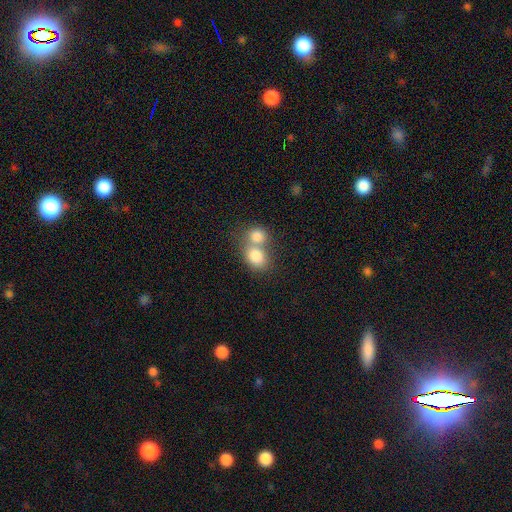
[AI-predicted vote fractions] Q: Smooth or featured?
A: smooth (80%); runner-up: featured or disk (11%)
Q: How rounded?
A: in between (49%); tied with: round (49%)
Q: Merging?
A: merger (63%); runner-up: none (28%)